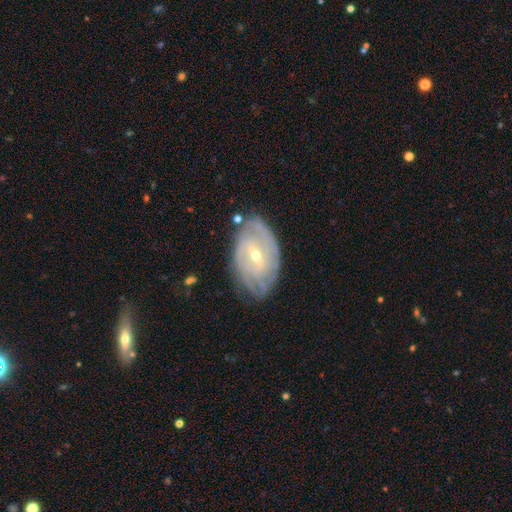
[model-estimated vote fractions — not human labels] This is clearly a featured or disk galaxy (82%). It is clearly not viewed edge-on (95%). Bar: possibly weak (50%). Spiral arm pattern: clearly yes (88%). Spiral arm count: possibly can't tell (45%). Spiral winding: likely tight (69%). Central bulge: likely small (65%). Merging: likely none (71%).